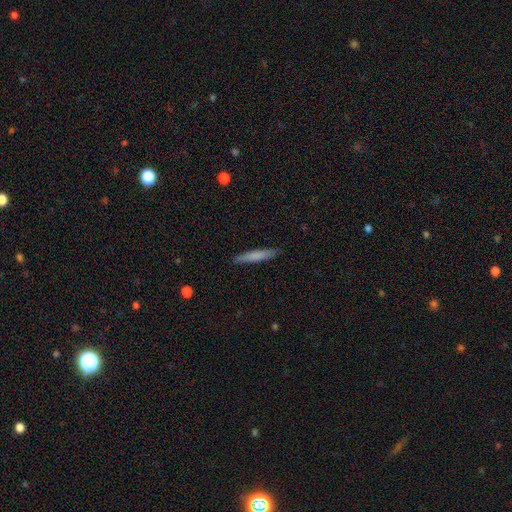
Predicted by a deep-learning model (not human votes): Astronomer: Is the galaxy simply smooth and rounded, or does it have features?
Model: smooth — 72%.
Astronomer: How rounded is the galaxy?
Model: cigar-shaped — 93%.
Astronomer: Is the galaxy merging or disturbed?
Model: none — 89%.